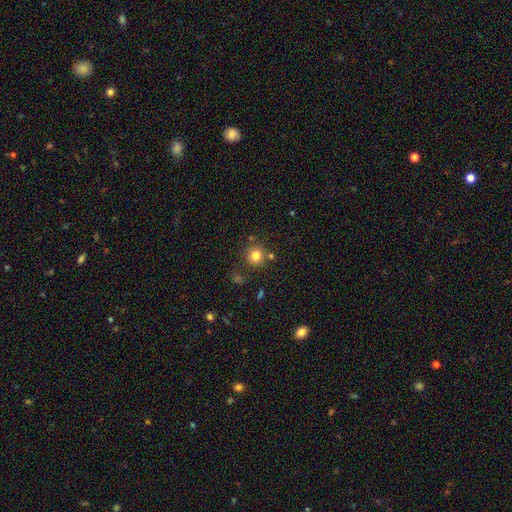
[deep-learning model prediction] Smooth or featured? smooth (80%)
How rounded? round (92%)
Merging? none (79%)